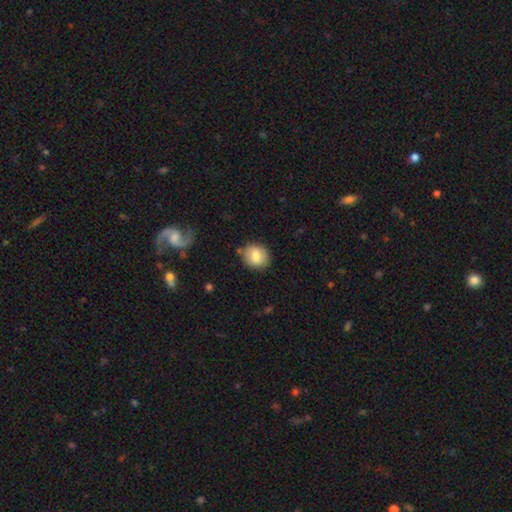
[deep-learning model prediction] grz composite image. It shows a smooth galaxy with no disk features (79%) that is round (72%). Merging: none (82%).